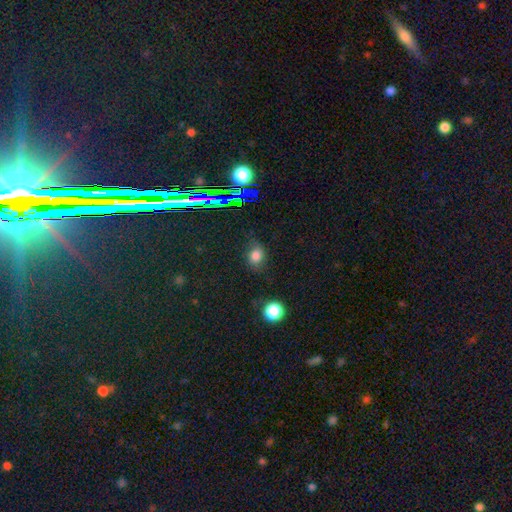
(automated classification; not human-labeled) Smooth or featured? smooth (75%)
How rounded? in between (53%)
Merging? none (68%)